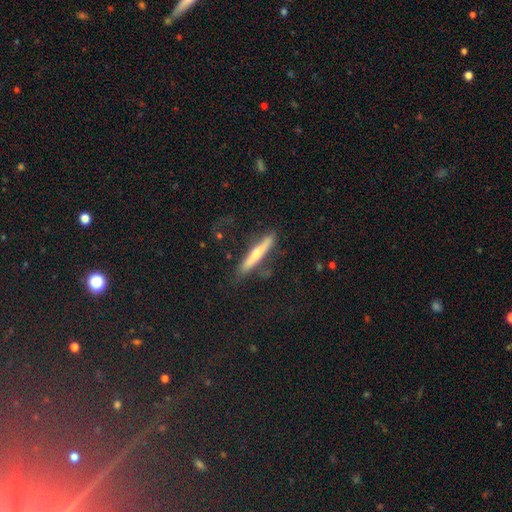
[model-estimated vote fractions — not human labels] Smooth or featured?
  - featured or disk: 59% *
  - smooth: 26%
  - star or artifact: 14%
Edge-on disk?
  - yes: 92% *
  - no: 8%
Edge-on bulge?
  - rounded: 82% *
  - none: 13%
  - boxy: 5%
Merging?
  - none: 79% *
  - minor disturbance: 14%
  - major disturbance: 4%
  - merger: 2%